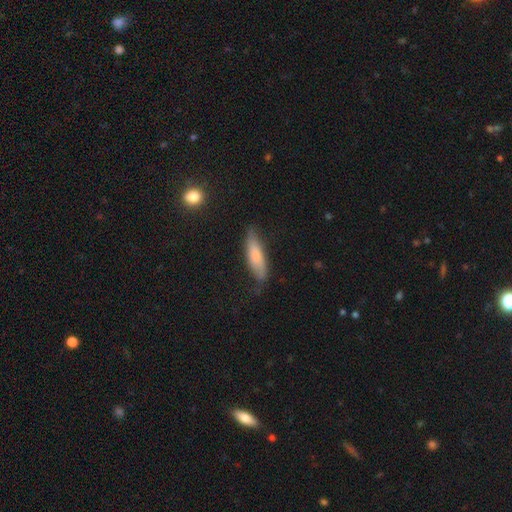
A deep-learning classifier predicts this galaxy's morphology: type=smooth (71%); roundness=cigar-shaped (59%); merging=none (69%).